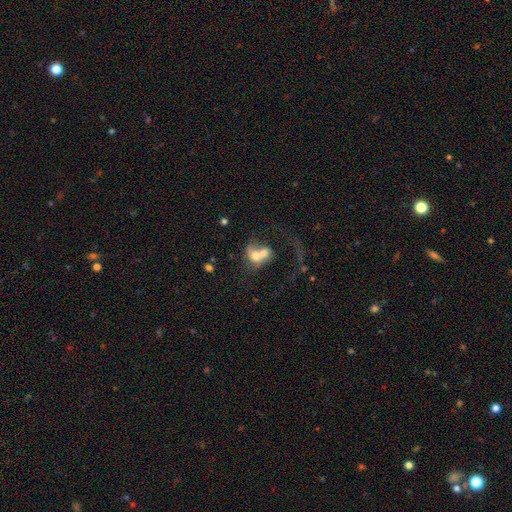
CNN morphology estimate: Q: Smooth or featured?
A: smooth (51%); runner-up: featured or disk (39%)
Q: How rounded?
A: round (52%); runner-up: in between (46%)
Q: Merging?
A: merger (72%); runner-up: major disturbance (12%)